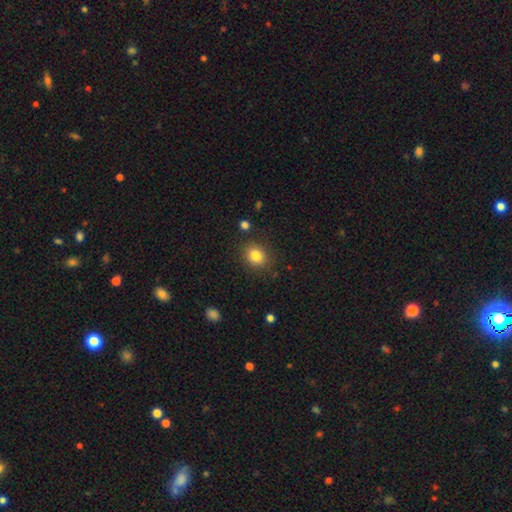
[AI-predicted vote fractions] Smooth or featured? smooth (82%)
How rounded? round (63%)
Merging? none (86%)